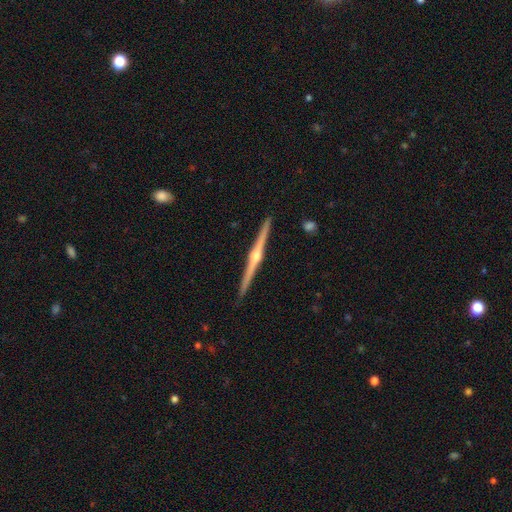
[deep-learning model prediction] Smooth or featured? featured or disk (87%)
Edge-on disk? yes (99%)
Edge-on bulge? rounded (93%)
Merging? none (93%)